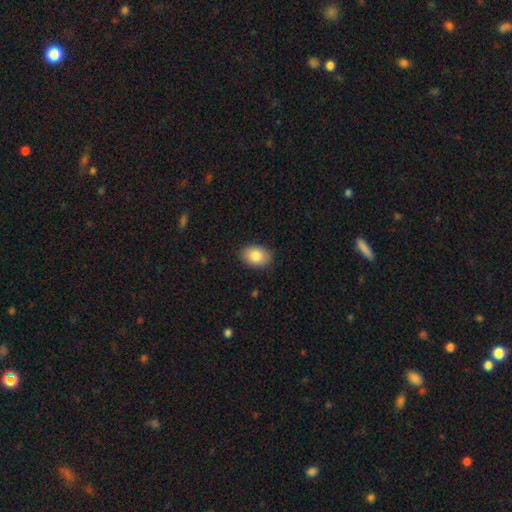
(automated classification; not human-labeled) smooth-or-featured: smooth: 85% | featured or disk: 7% | star or artifact: 7%
  how-rounded: in between: 76% | round: 23% | cigar-shaped: 1%
  merging: none: 86% | minor disturbance: 10% | major disturbance: 2% | merger: 1%